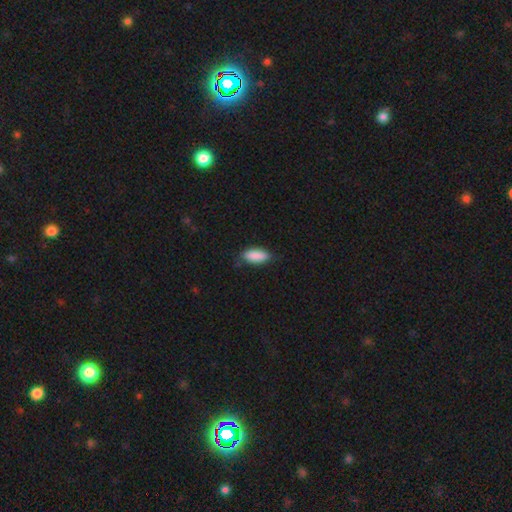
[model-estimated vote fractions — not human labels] A smooth galaxy with no disk features (87%) that is in between round and cigar-shaped (78%).

Vote fractions:
- Smooth or featured? smooth: 87% / star or artifact: 6% / featured or disk: 6%
- How rounded? in between: 78% / cigar-shaped: 20% / round: 2%
- Merging? none: 74% / minor disturbance: 22% / major disturbance: 4% / merger: 1%